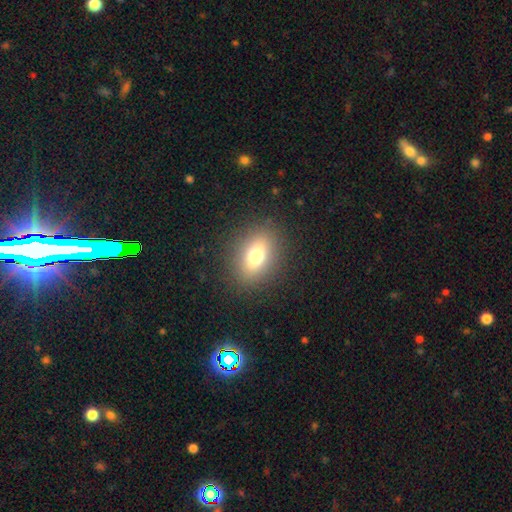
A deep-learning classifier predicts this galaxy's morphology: This is likely a smooth galaxy (69%). How rounded: likely in between (62%). Merging: clearly none (87%).